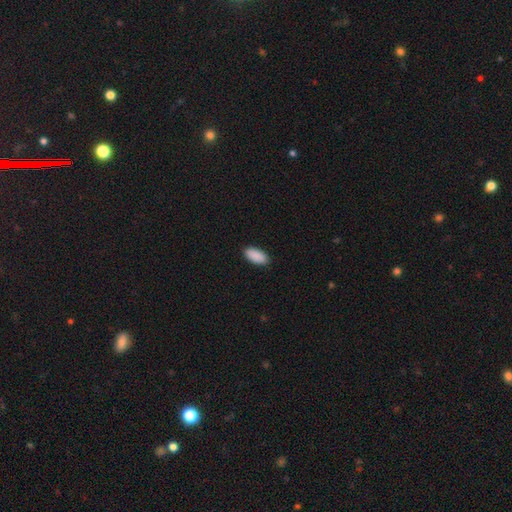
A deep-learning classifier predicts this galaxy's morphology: This is clearly a smooth galaxy (91%). How rounded: clearly in between (94%). Merging: clearly none (89%).